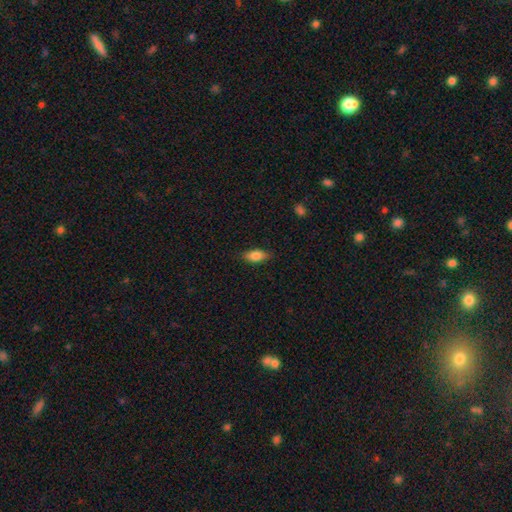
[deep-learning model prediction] The model was most divided on "smooth or featured": smooth: 79%, featured or disk: 14%, star or artifact: 7%. More confident: merging — none (85%); how rounded — in between (83%).